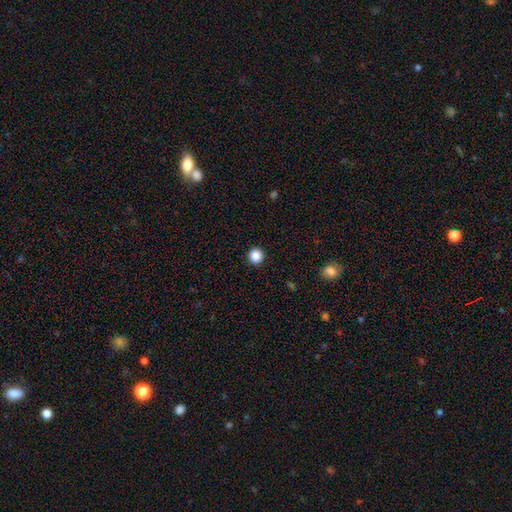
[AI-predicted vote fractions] This appears to be a smooth galaxy with no disk features (87%) that is round (94%). Merging: none (93%).